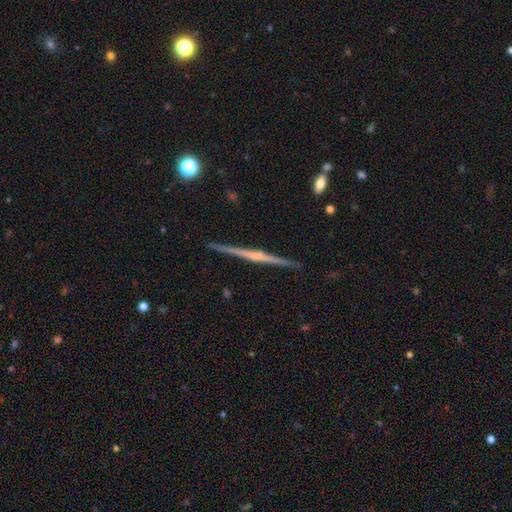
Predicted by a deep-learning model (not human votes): Overall: featured or disk (79%). Edge-on disk: yes (99%). Edge-on bulge: rounded (52%; none 33%). Merging: none (92%).